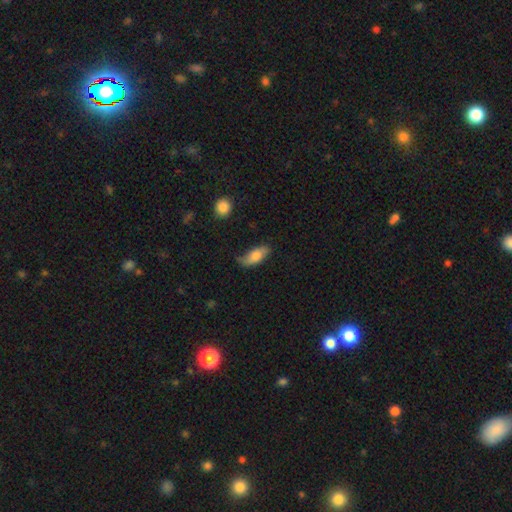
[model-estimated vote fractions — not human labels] Smooth or featured?
  - smooth: 73% *
  - featured or disk: 20%
  - star or artifact: 6%
How rounded?
  - in between: 82% *
  - cigar-shaped: 15%
  - round: 3%
Merging?
  - none: 62% *
  - minor disturbance: 30%
  - major disturbance: 6%
  - merger: 2%